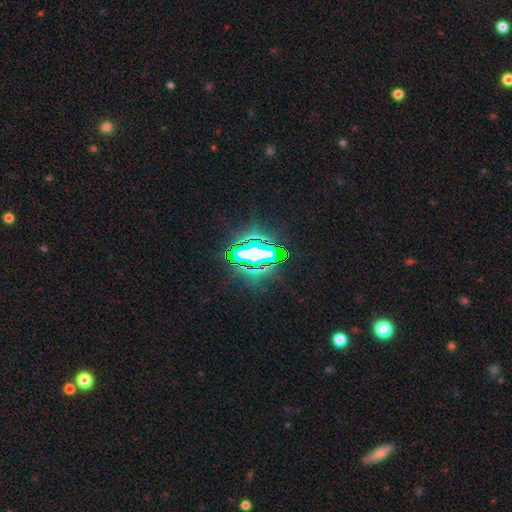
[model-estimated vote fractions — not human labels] smooth-or-featured: star or artifact: 73% | smooth: 14% | featured or disk: 13%